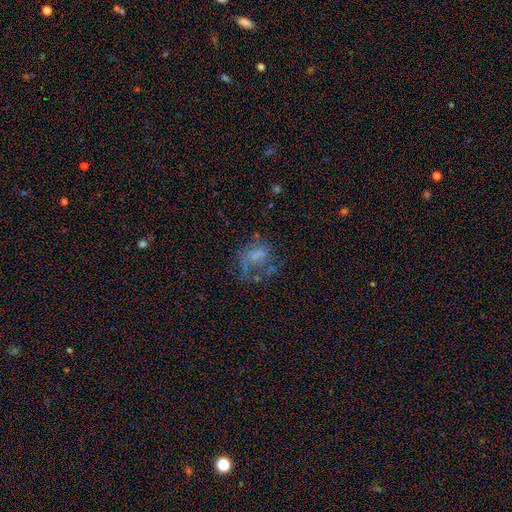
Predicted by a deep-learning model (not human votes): Smooth or featured: featured or disk — 47% (smooth — 36%)
Merging: major disturbance — 40% (none — 35%)